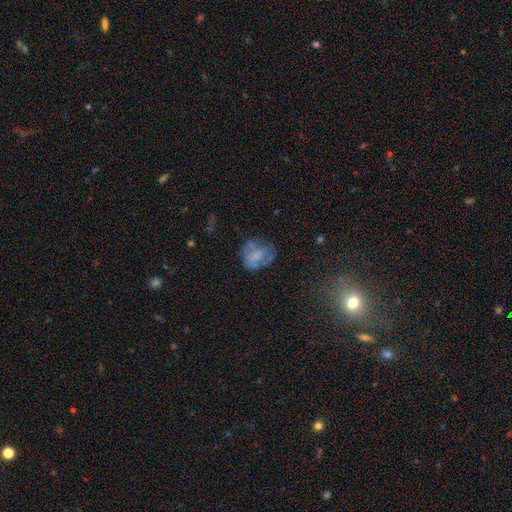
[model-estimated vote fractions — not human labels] The model was most divided on "how rounded": round: 51%, in between: 48%, cigar-shaped: 1%. Remaining: smooth or featured — smooth (50%); merging — none (46%).